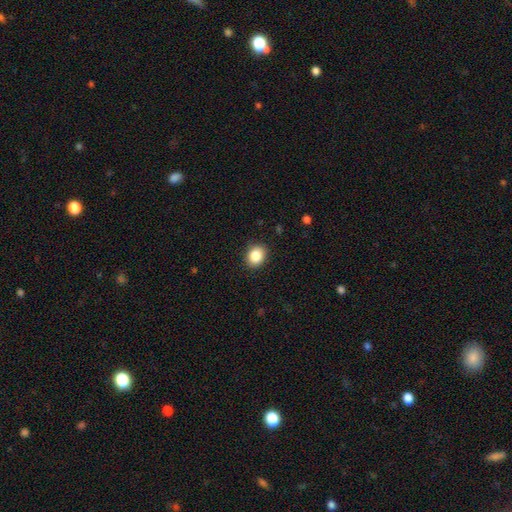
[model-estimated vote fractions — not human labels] This is clearly a smooth galaxy (85%). How rounded: possibly round (56%). Merging: clearly none (89%).